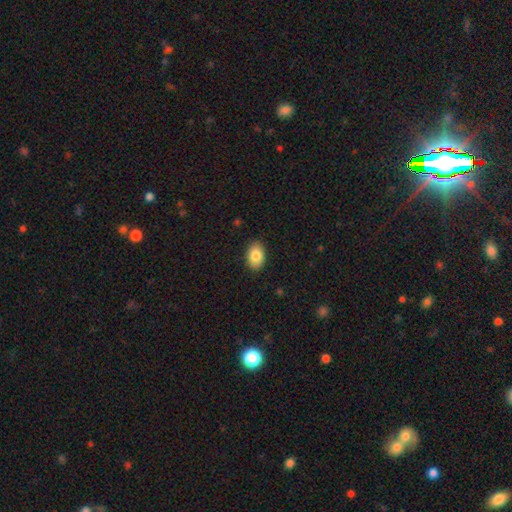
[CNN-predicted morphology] A smooth galaxy with no disk features (84%) that is in between round and cigar-shaped (87%).

Vote fractions:
- Smooth or featured? smooth: 84% / featured or disk: 9% / star or artifact: 7%
- How rounded? in between: 87% / round: 12% / cigar-shaped: 1%
- Merging? none: 89% / minor disturbance: 9% / major disturbance: 2% / merger: 1%